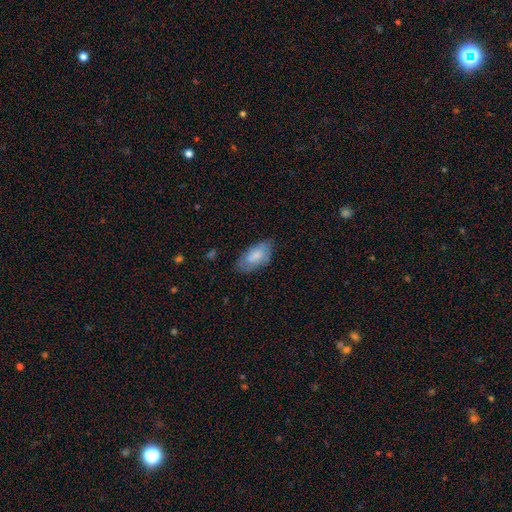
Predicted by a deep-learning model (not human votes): Overall: smooth (76%). How rounded: in between (93%). Merging: none (68%).